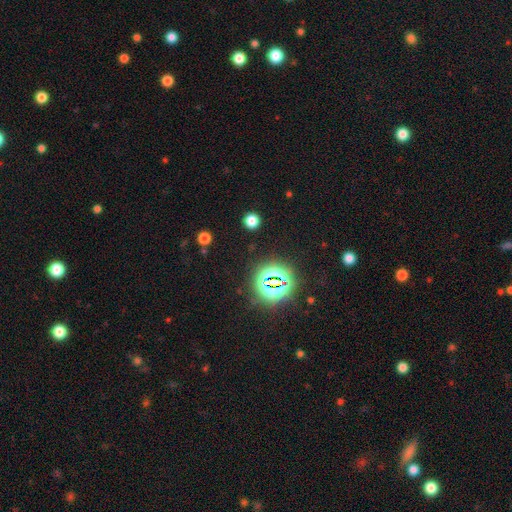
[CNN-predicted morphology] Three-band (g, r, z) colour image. It shows a star or artifact, not a galaxy (79%).